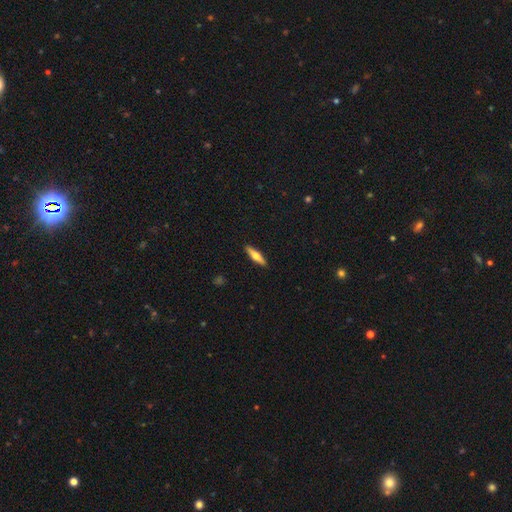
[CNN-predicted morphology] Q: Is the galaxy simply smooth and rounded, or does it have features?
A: smooth — 52%.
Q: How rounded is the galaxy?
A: cigar-shaped — 73%.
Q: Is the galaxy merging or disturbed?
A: none — 91%.